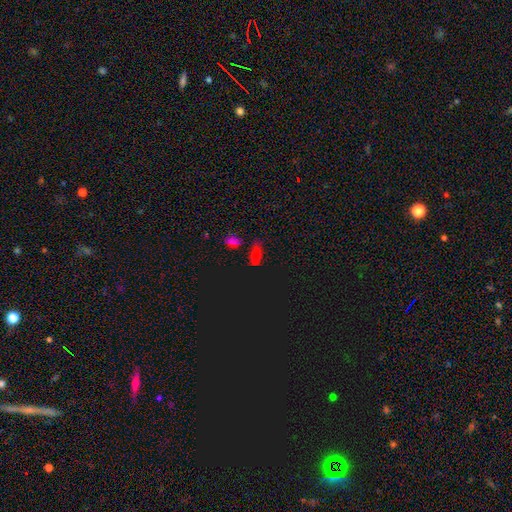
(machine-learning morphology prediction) Smooth or featured? star or artifact (48%)